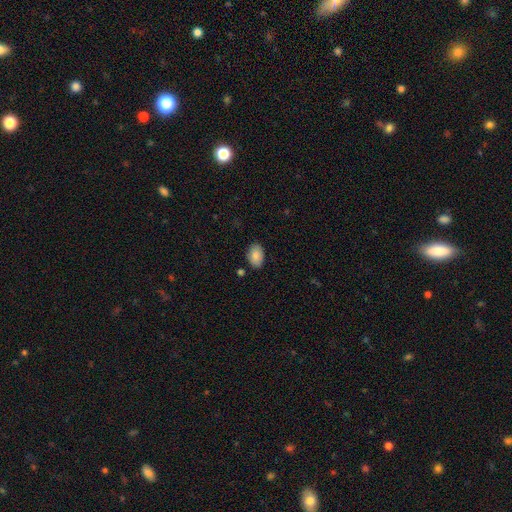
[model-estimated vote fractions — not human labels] This appears to be a smooth galaxy with no disk features (87%) that is in between round and cigar-shaped (88%). Merging: none (84%).